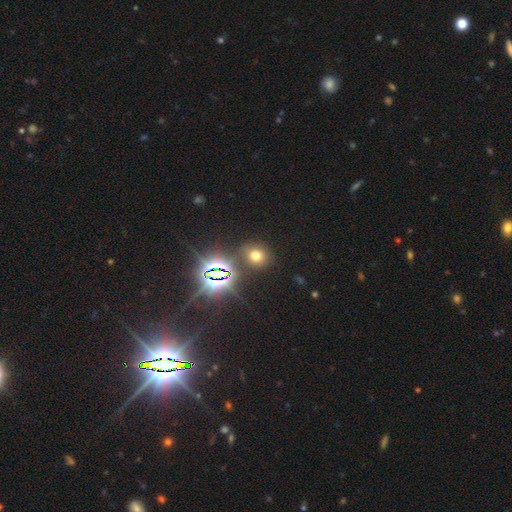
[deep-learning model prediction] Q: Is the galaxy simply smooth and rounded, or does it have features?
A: smooth — 58%.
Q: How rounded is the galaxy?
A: round — 73%.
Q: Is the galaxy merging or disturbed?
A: none — 80%.